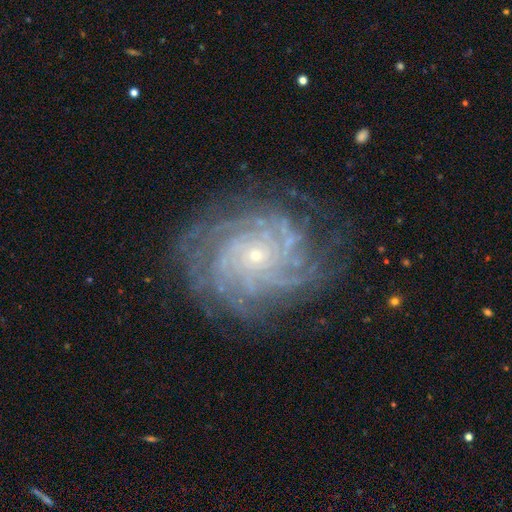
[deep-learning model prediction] A featured or disk galaxy (88%) with no bar (81%), more than 4 (35%) tight (77%) spiral arms (97%) and a small central bulge (87%).

Vote fractions:
- Smooth or featured? featured or disk: 88% / star or artifact: 7% / smooth: 5%
- Edge-on disk? no: 97% / yes: 3%
- Bar? no: 81% / weak: 15% / strong: 4%
- Spiral arms? yes: 97% / no: 3%
- Spiral winding? tight: 77% / medium: 19% / loose: 4%
- Spiral arm count? more than 4: 35% / can't tell: 20% / 4: 20% / 3: 9% / 2: 8% / 1: 7%
- Bulge size? small: 87% / moderate: 10% / none: 2% / large: 1% / dominant: 1%
- Merging? none: 77% / minor disturbance: 14% / major disturbance: 7% / merger: 1%